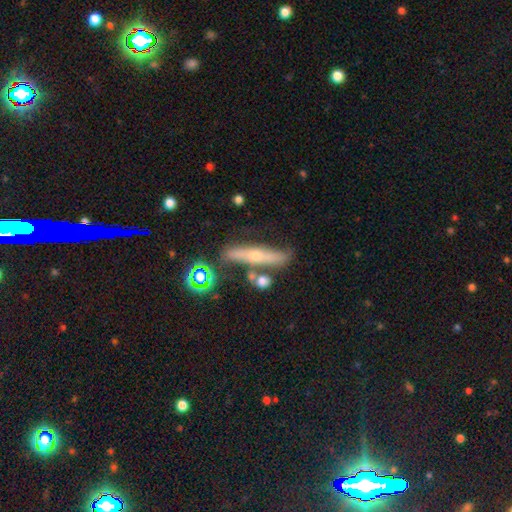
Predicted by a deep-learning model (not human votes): Q: Smooth or featured?
A: featured or disk (52%); runner-up: smooth (36%)
Q: Edge-on disk?
A: yes (80%); runner-up: no (20%)
Q: Merging?
A: none (70%); runner-up: minor disturbance (16%)